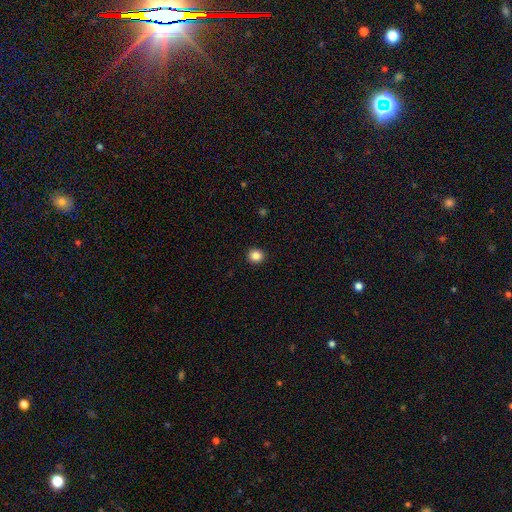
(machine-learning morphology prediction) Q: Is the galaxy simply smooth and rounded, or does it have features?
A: smooth — 85%.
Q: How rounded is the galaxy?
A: round — 91%.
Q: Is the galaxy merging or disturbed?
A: none — 93%.